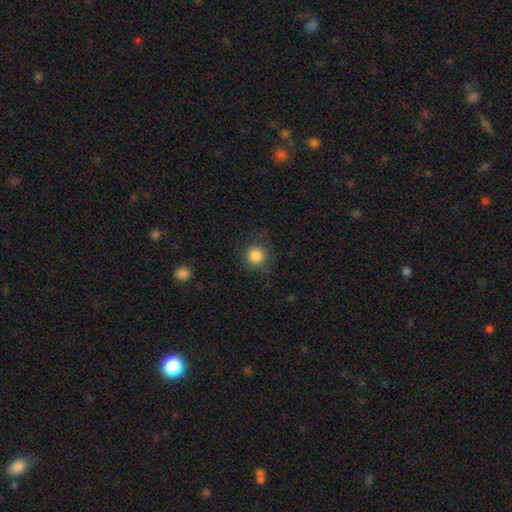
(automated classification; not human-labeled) A smooth galaxy with no disk features (85%) that is round (92%).

Vote fractions:
- Smooth or featured? smooth: 85% / star or artifact: 10% / featured or disk: 5%
- How rounded? round: 92% / in between: 7% / cigar-shaped: 1%
- Merging? none: 81% / minor disturbance: 13% / major disturbance: 5% / merger: 1%